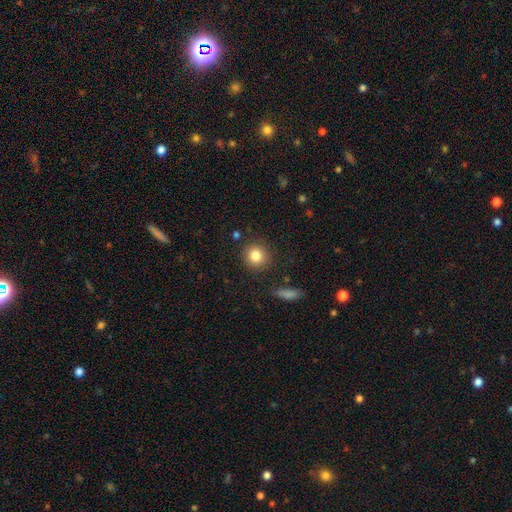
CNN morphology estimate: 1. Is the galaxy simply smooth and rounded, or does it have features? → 83% smooth, 10% star or artifact, 7% featured or disk.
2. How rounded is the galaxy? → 91% round, 8% in between, 1% cigar-shaped.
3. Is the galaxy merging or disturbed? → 87% none, 8% minor disturbance, 3% major disturbance, 2% merger.